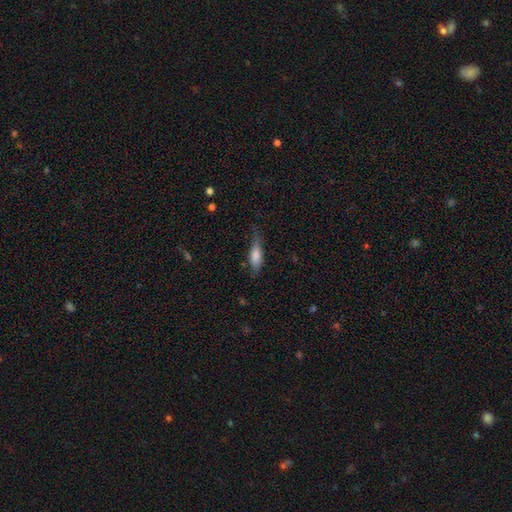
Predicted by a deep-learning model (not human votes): smooth-or-featured: smooth: 74% | featured or disk: 19% | star or artifact: 7%
  how-rounded: in between: 56% | cigar-shaped: 42% | round: 2%
  merging: none: 58% | minor disturbance: 30% | major disturbance: 10% | merger: 2%